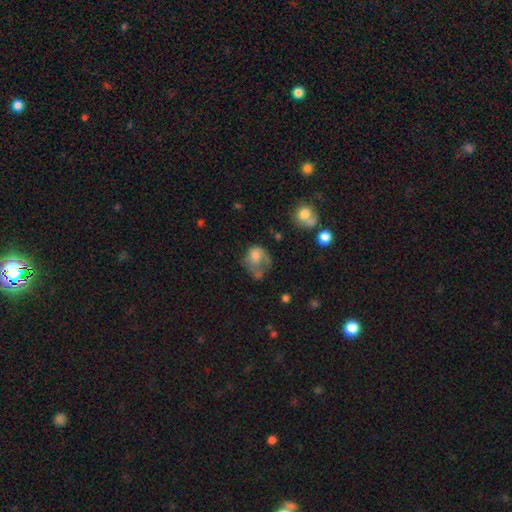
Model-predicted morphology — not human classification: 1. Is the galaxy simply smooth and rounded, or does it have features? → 57% smooth, 32% featured or disk, 10% star or artifact.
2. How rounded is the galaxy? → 50% round, 49% in between, 1% cigar-shaped.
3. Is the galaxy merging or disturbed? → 43% major disturbance, 25% none, 24% minor disturbance, 8% merger.